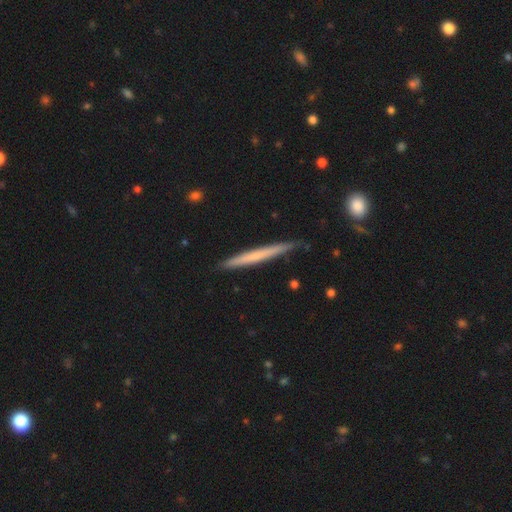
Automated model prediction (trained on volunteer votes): The model was most divided on "smooth or featured": smooth: 52%, featured or disk: 43%, star or artifact: 5%. More confident: how rounded — cigar-shaped (97%); merging — none (84%).